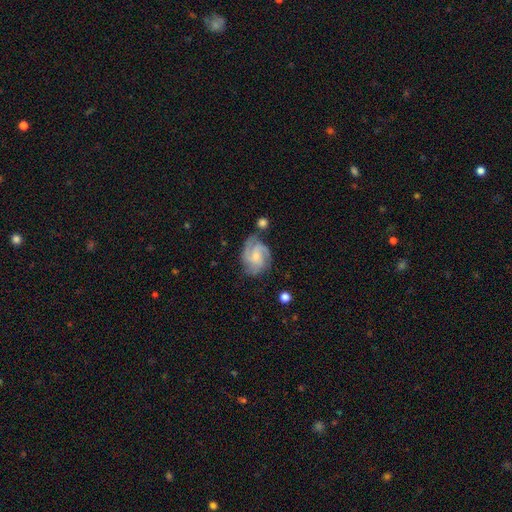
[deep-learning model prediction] Morphology: type=featured or disk (82%); edge-on=no (98%); bar=no (58%); spiral arms=yes (96%); winding=tight (45%, tied with medium); arm count=3 (53%); bulge=small (53%); merging=none (65%).